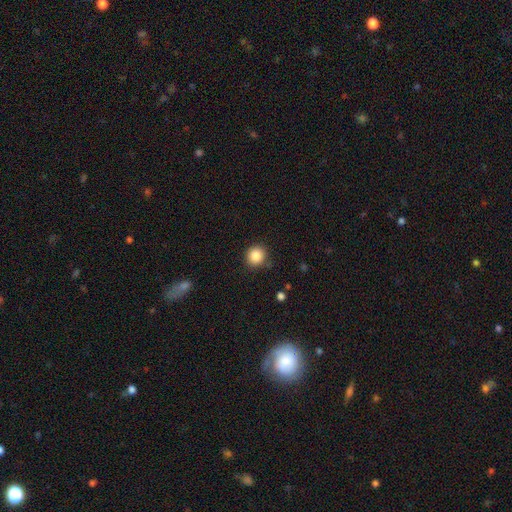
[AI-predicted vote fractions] A smooth galaxy with no disk features (86%) that is round (89%). Merging: none (85%).